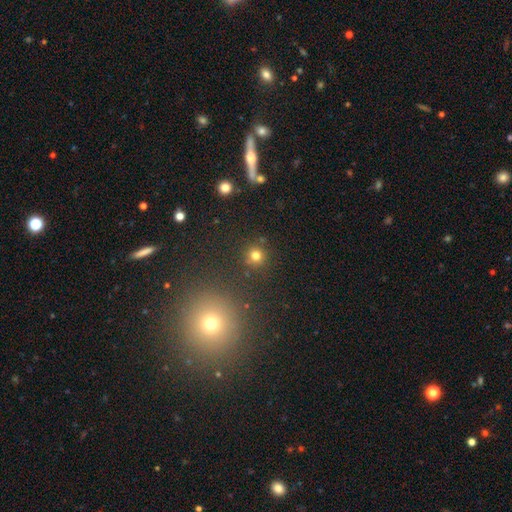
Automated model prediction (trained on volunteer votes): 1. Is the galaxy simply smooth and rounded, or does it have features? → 77% smooth, 17% star or artifact, 6% featured or disk.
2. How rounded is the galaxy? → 93% round, 6% in between, 1% cigar-shaped.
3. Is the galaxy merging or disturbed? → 85% none, 7% minor disturbance, 6% merger, 3% major disturbance.